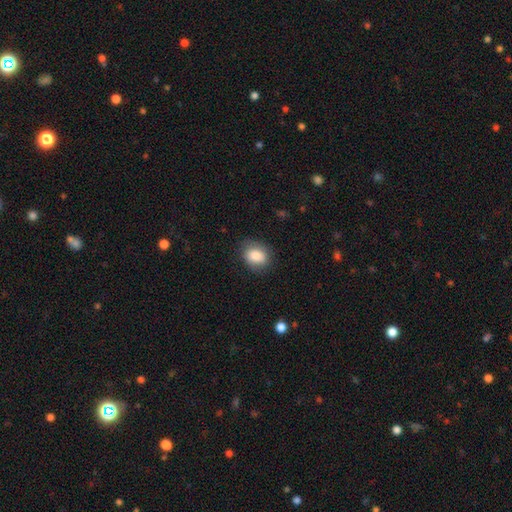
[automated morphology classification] This appears to be a smooth galaxy with no disk features (84%) that is in between round and cigar-shaped (61%). Merging: none (78%).